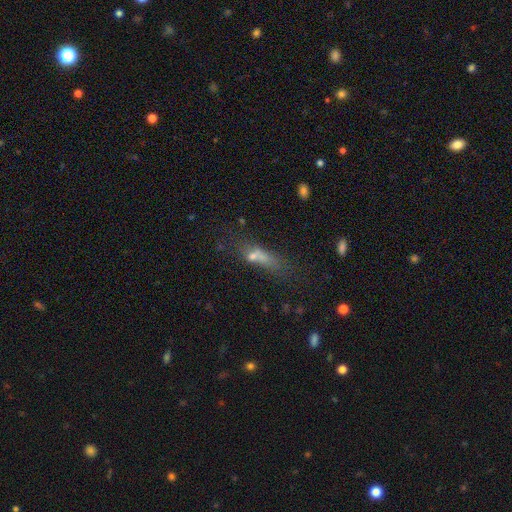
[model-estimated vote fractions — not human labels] Smooth or featured? smooth (55%)
How rounded? cigar-shaped (54%)
Merging? none (34%)